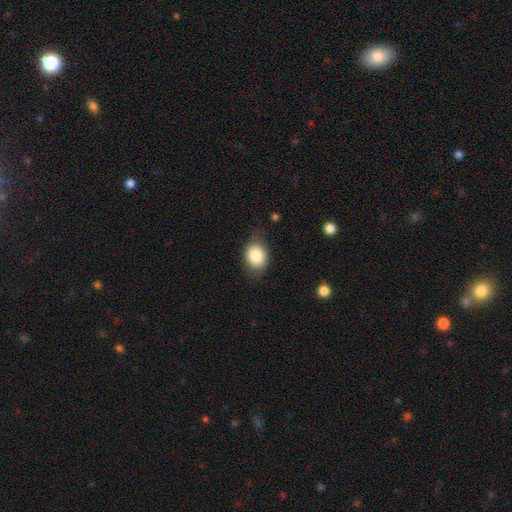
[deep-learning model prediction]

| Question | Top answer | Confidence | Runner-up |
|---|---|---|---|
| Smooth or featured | smooth | 84% | featured or disk (9%) |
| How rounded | in between | 59% | round (40%) |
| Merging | none | 73% | minor disturbance (20%) |